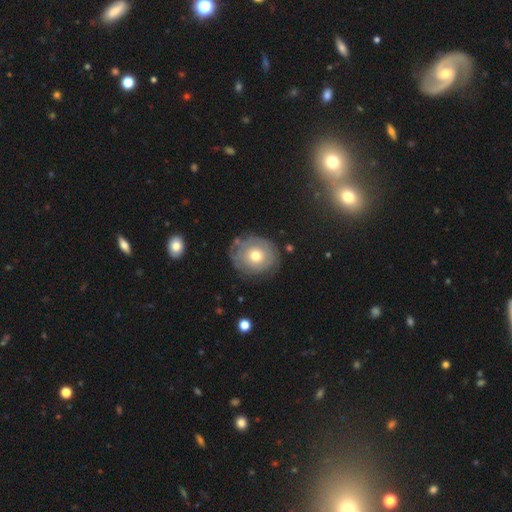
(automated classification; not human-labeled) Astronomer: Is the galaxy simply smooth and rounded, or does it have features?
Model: smooth — 46%, tied with featured or disk at 46%.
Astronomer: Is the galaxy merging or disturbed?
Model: none — 73%.